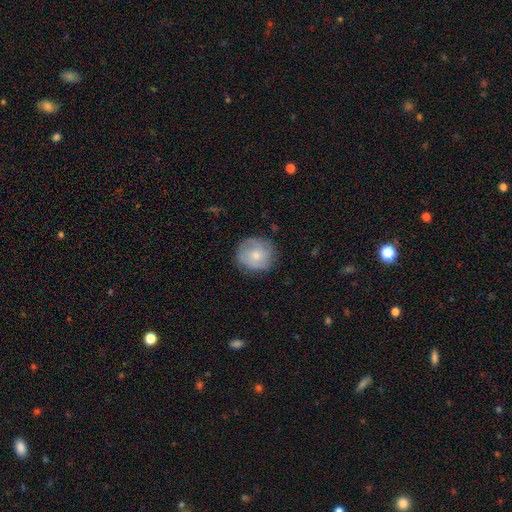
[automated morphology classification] The model was most divided on "smooth or featured": smooth: 55%, featured or disk: 39%, star or artifact: 7%. More confident: how rounded — round (89%); merging — none (78%).